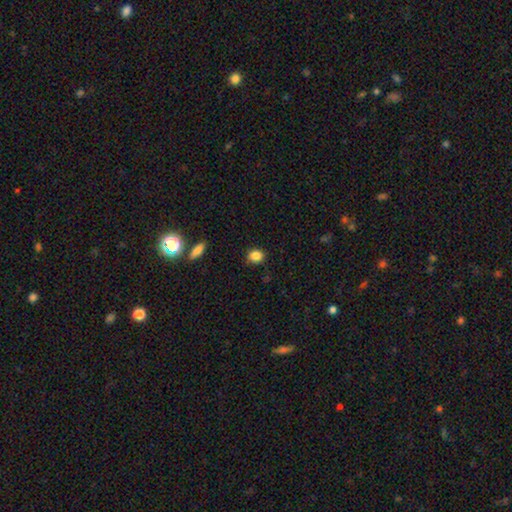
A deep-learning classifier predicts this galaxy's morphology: Smooth or featured?
  - smooth: 85% *
  - star or artifact: 10%
  - featured or disk: 4%
How rounded?
  - round: 59% *
  - in between: 40%
  - cigar-shaped: 1%
Merging?
  - none: 82% *
  - minor disturbance: 14%
  - major disturbance: 3%
  - merger: 2%